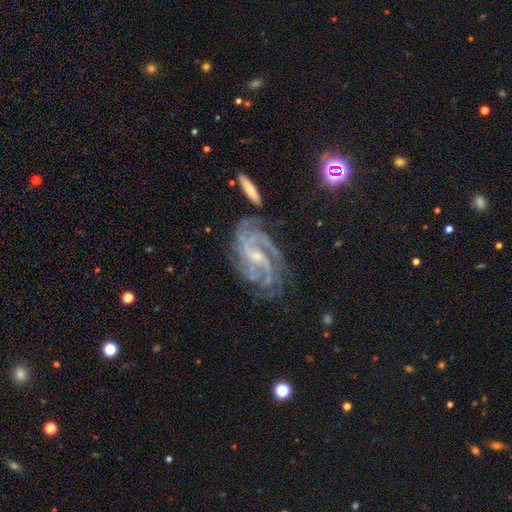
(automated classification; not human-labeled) smooth-or-featured: featured or disk: 89% | star or artifact: 7% | smooth: 5%
  disk-edge-on: no: 96% | yes: 4%
    bar: weak: 45% | no: 42% | strong: 14%
    has-spiral-arms: yes: 97% | no: 3%
      spiral-winding: tight: 51% | medium: 39% | loose: 10%
      spiral-arm-count: 3: 25% | 4: 23% | can't tell: 20% | 2: 17% | more than 4: 8% | 1: 7%
    bulge-size: small: 68% | moderate: 24% | none: 6% | large: 1% | dominant: 1%
  merging: none: 65% | minor disturbance: 19% | major disturbance: 11% | merger: 5%